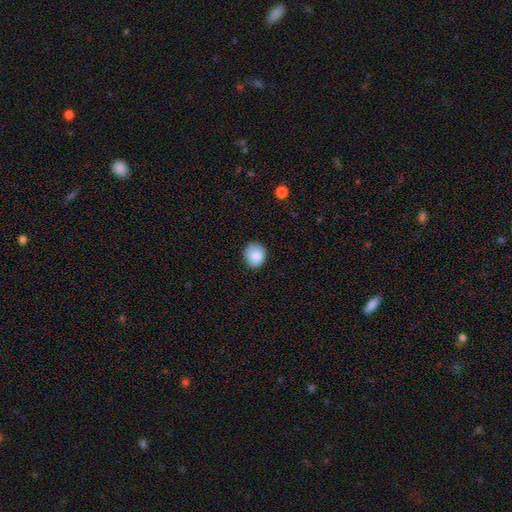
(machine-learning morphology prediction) smooth-or-featured: smooth: 85% | featured or disk: 8% | star or artifact: 8%
  how-rounded: round: 78% | in between: 21% | cigar-shaped: 1%
  merging: none: 82% | minor disturbance: 14% | major disturbance: 3% | merger: 1%